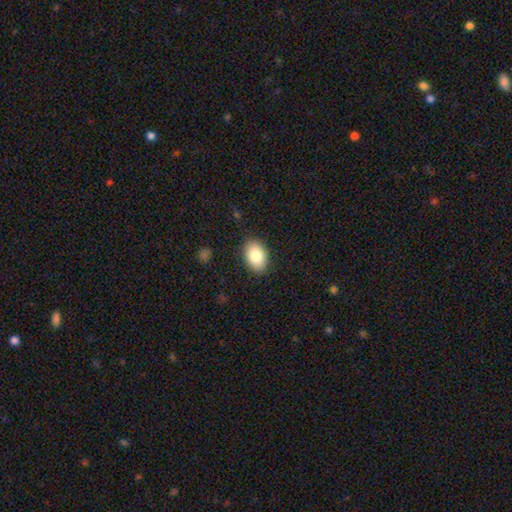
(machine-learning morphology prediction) This is clearly a smooth galaxy (83%). How rounded: clearly in between (89%). Merging: clearly none (87%).